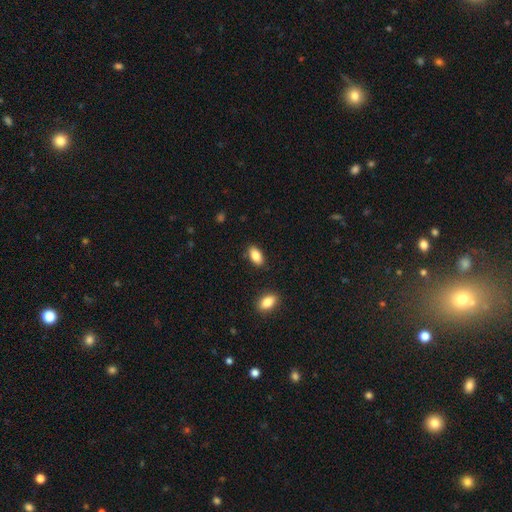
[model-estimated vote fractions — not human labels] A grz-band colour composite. It shows a smooth galaxy with no disk features (85%) that is in between round and cigar-shaped (92%). Merging: none (85%).